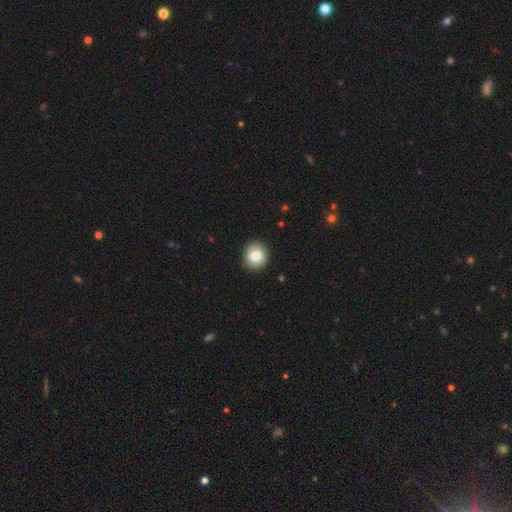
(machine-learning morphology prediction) This is likely a smooth galaxy (79%). How rounded: clearly round (83%). Merging: clearly none (90%).